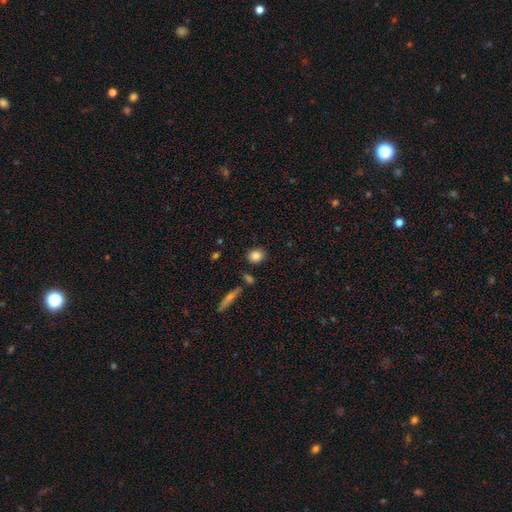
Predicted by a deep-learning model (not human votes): Smooth or featured: smooth — 84% (star or artifact — 9%)
How rounded: round — 70% (in between — 28%)
Merging: none — 83% (minor disturbance — 10%)